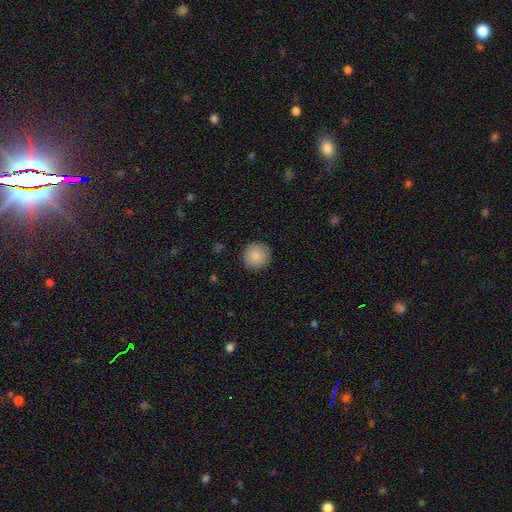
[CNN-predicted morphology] This is clearly a smooth galaxy (88%). How rounded: clearly round (95%). Merging: clearly none (92%).